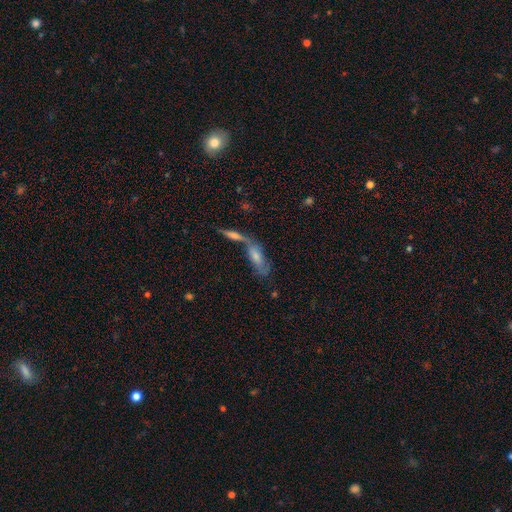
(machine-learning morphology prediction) A featured or disk galaxy (48%). Merging: merger (51%).